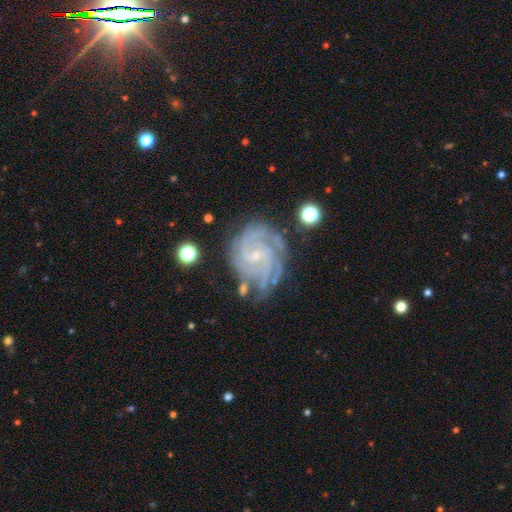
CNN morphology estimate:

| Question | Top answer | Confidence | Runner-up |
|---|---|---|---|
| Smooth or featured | featured or disk | 90% | star or artifact (6%) |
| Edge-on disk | no | 98% | yes (2%) |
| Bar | no | 55% | weak (35%) |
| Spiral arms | yes | 98% | no (2%) |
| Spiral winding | tight | 72% | medium (25%) |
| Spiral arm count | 4 | 29% | 3 (27%) |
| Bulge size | small | 82% | moderate (13%) |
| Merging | none | 66% | minor disturbance (21%) |